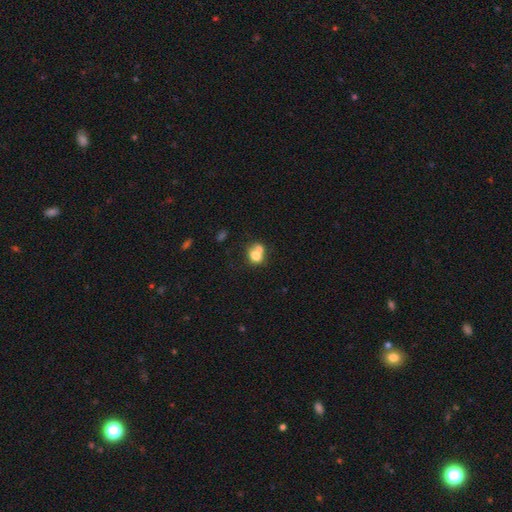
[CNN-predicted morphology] smooth_or_featured: smooth (p=0.69) [alt: featured or disk p=0.20]
how_rounded: round (p=0.54) [alt: in between p=0.45]
merging: merger (p=0.61) [alt: none p=0.26]